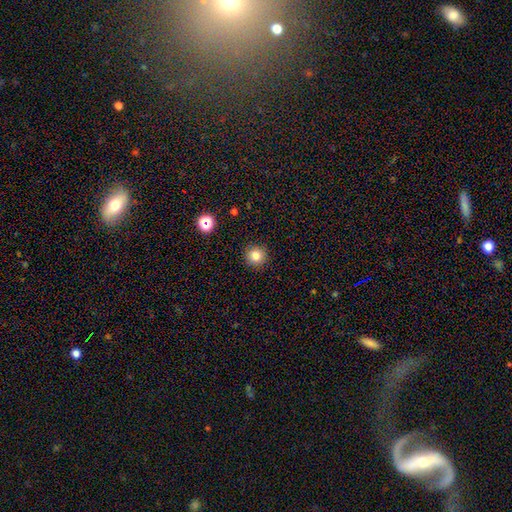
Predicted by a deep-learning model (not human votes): Smooth or featured?
  - smooth: 82% *
  - star or artifact: 12%
  - featured or disk: 6%
How rounded?
  - round: 94% *
  - in between: 5%
  - cigar-shaped: 1%
Merging?
  - none: 91% *
  - minor disturbance: 6%
  - major disturbance: 2%
  - merger: 1%